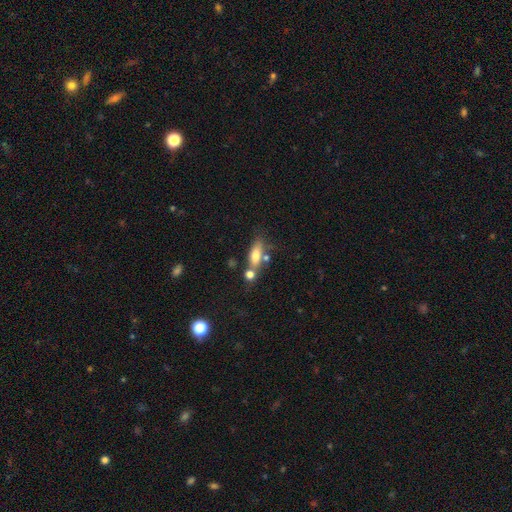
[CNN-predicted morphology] The model was most divided on "merging": none: 49%, merger: 29%, minor disturbance: 15%, major disturbance: 7%. More confident: smooth or featured — smooth (71%); how rounded — in between (67%).